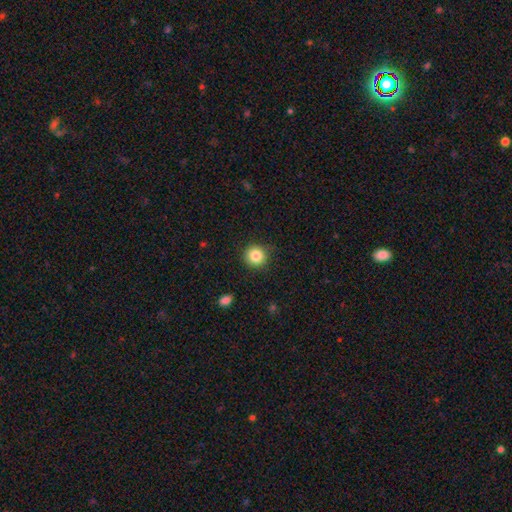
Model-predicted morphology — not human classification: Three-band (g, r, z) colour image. It shows a smooth galaxy with no disk features (84%) that is round (94%). Merging: none (88%).